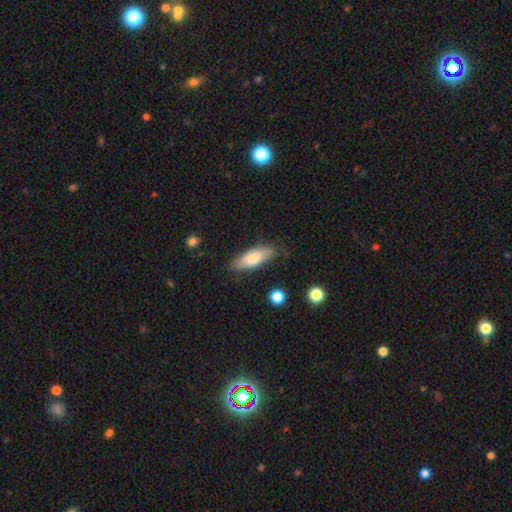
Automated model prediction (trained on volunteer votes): Q: Smooth or featured?
A: smooth (74%); runner-up: featured or disk (21%)
Q: How rounded?
A: in between (70%); runner-up: cigar-shaped (28%)
Q: Merging?
A: none (79%); runner-up: minor disturbance (16%)